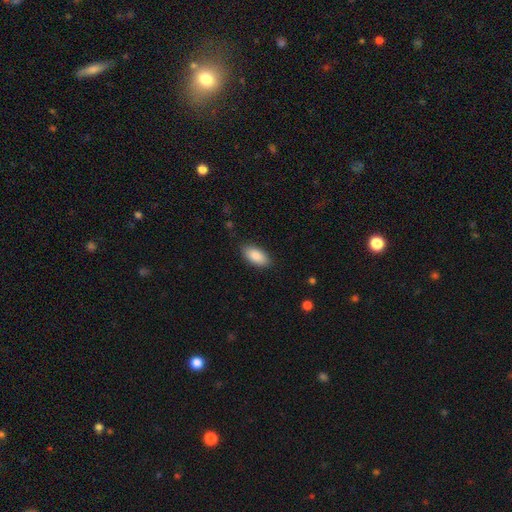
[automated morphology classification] type=smooth (86%); roundness=in between (92%); merging=none (85%).